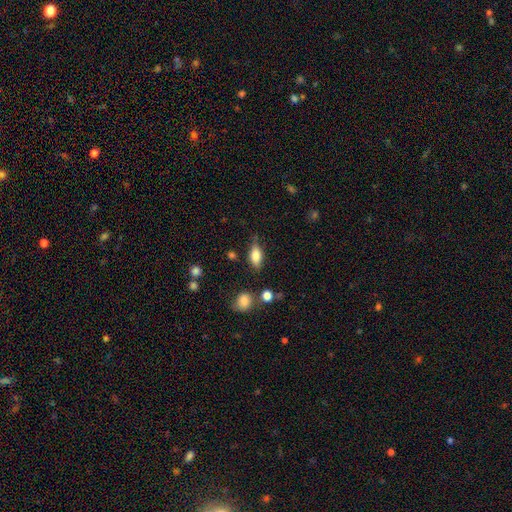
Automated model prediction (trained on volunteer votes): Smooth or featured?
  - smooth: 74% *
  - featured or disk: 18%
  - star or artifact: 8%
How rounded?
  - in between: 82% *
  - cigar-shaped: 12%
  - round: 5%
Merging?
  - none: 76% *
  - minor disturbance: 17%
  - major disturbance: 4%
  - merger: 3%